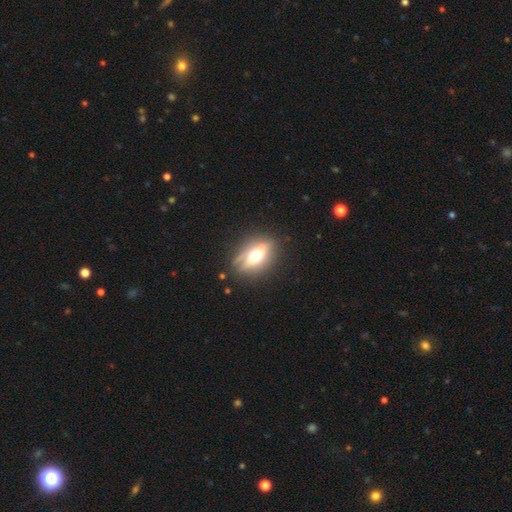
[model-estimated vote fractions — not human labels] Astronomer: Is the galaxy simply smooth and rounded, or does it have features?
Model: featured or disk — 53% (runner-up: smooth, 37%).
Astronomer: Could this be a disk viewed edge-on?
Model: yes — 66%.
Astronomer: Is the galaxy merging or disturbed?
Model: none — 77%.